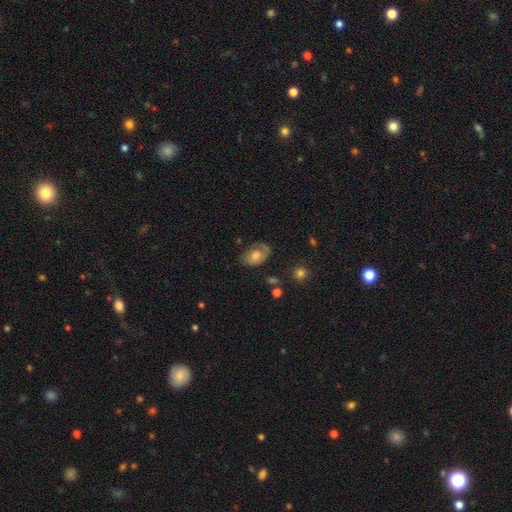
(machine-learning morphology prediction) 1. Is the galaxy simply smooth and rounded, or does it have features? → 50% smooth, 42% featured or disk, 8% star or artifact.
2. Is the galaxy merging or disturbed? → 63% none, 23% minor disturbance, 11% major disturbance, 2% merger.